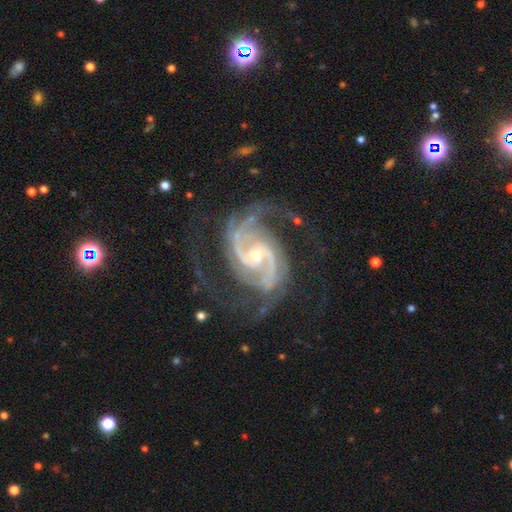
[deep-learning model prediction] Overall: featured or disk (94%). Edge-on disk: no (98%). Bar: no (44%; weak 42%). Spiral arms: yes (99%). Spiral arm count: 2 (71%). Spiral winding: medium (50%; tight 39%). Bulge size: small (49%; moderate 46%). Merging: none (69%).